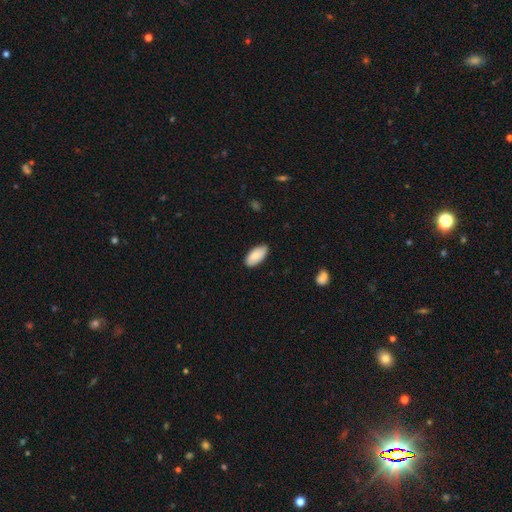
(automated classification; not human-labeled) The model was most divided on "merging": none: 85%, minor disturbance: 12%, major disturbance: 2%, merger: 1%. More confident: how rounded — in between (93%); smooth or featured — smooth (86%).